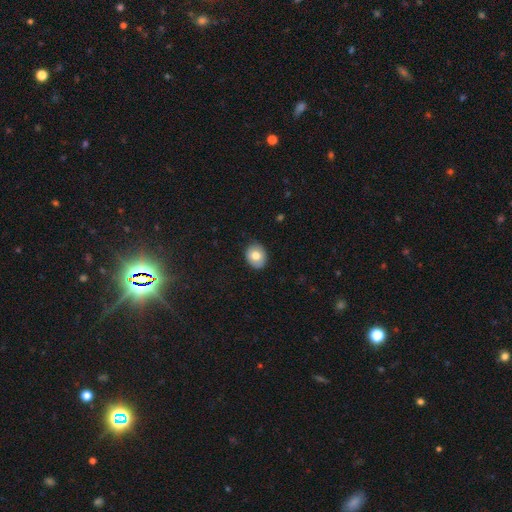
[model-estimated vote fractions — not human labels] Smooth or featured: smooth — 74% (featured or disk — 18%)
How rounded: in between — 51% (round — 48%)
Merging: none — 86% (minor disturbance — 11%)